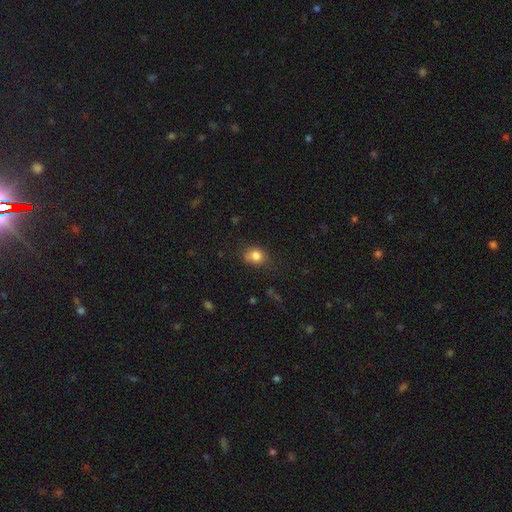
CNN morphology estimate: A smooth galaxy with no disk features (83%) that is round (56%).

Vote fractions:
- Smooth or featured? smooth: 83% / star or artifact: 10% / featured or disk: 7%
- How rounded? round: 56% / in between: 43% / cigar-shaped: 1%
- Merging? none: 68% / minor disturbance: 23% / major disturbance: 7% / merger: 3%